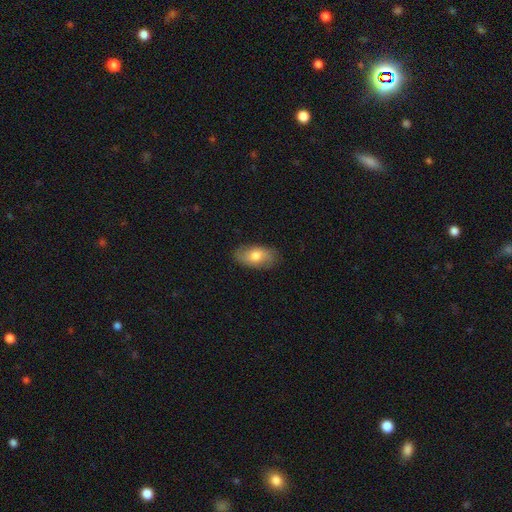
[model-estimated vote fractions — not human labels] Overall: smooth (59%; featured or disk 34%). How rounded: in between (91%). Merging: none (81%).